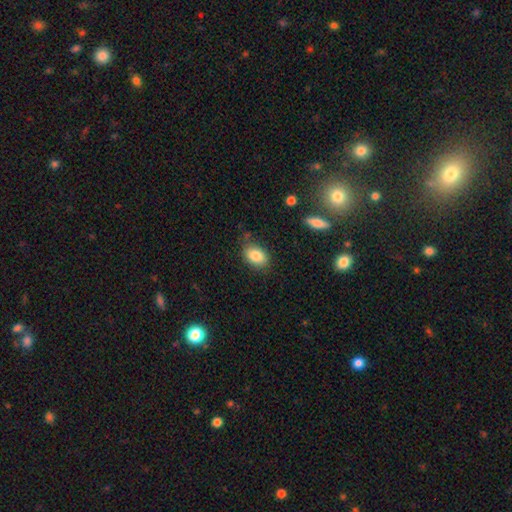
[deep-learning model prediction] Overall: smooth (85%). How rounded: in between (84%). Merging: none (77%).